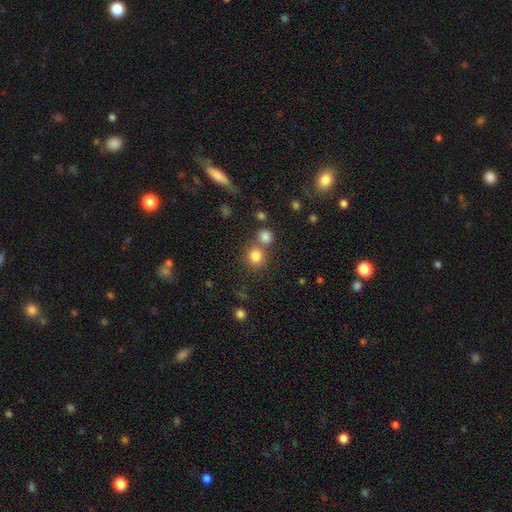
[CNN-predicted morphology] smooth 81%, star or artifact 13%, featured or disk 6%. Down the decision tree: how rounded — round (87%); merging — none (64%).